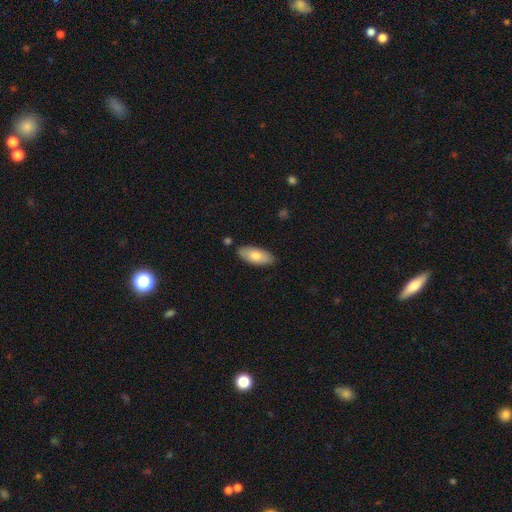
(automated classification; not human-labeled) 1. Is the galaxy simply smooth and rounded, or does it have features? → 78% smooth, 17% featured or disk, 6% star or artifact.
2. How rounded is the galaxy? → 87% in between, 12% cigar-shaped, 2% round.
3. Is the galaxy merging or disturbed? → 83% none, 12% minor disturbance, 3% merger, 2% major disturbance.